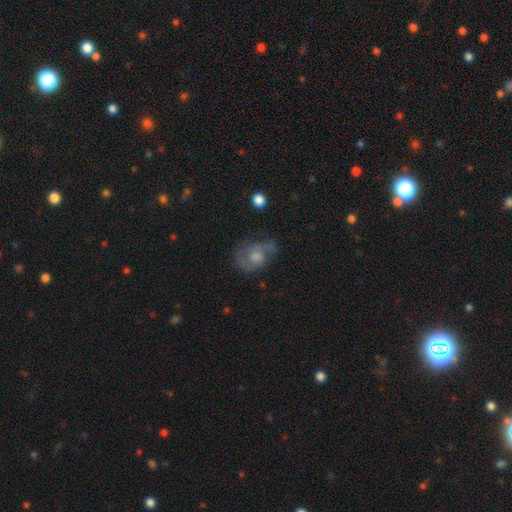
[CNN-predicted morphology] This appears to be a featured or disk galaxy (61%) with no bar (70%), spiral arms (83%) and a moderate central bulge (46%). Merging: none (55%).